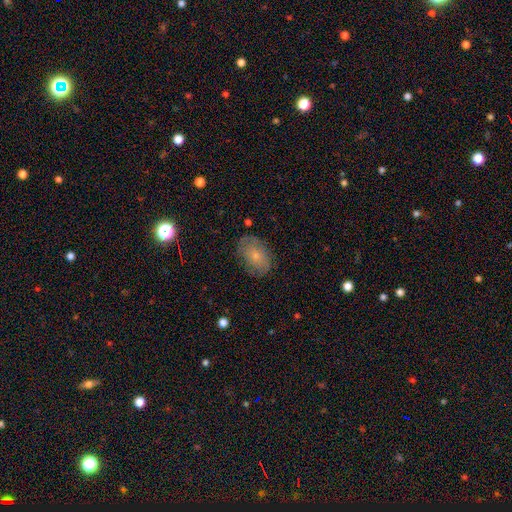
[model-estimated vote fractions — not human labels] Smooth or featured: smooth — 59% (featured or disk — 32%)
How rounded: in between — 83% (round — 15%)
Merging: none — 72% (minor disturbance — 20%)